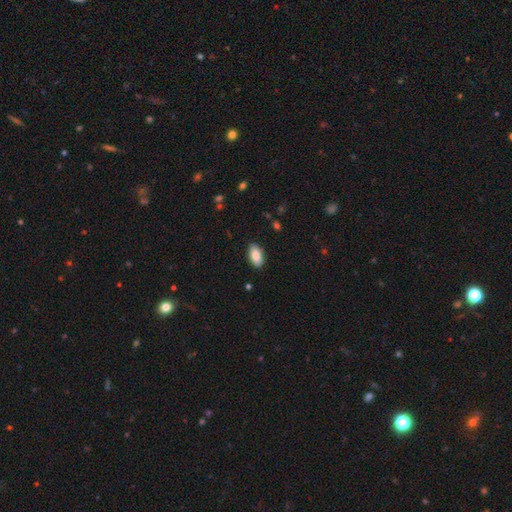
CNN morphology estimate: smooth_or_featured: smooth (p=0.86) [alt: featured or disk p=0.07]
how_rounded: in between (p=0.93) [alt: cigar-shaped p=0.04]
merging: none (p=0.88) [alt: minor disturbance p=0.09]